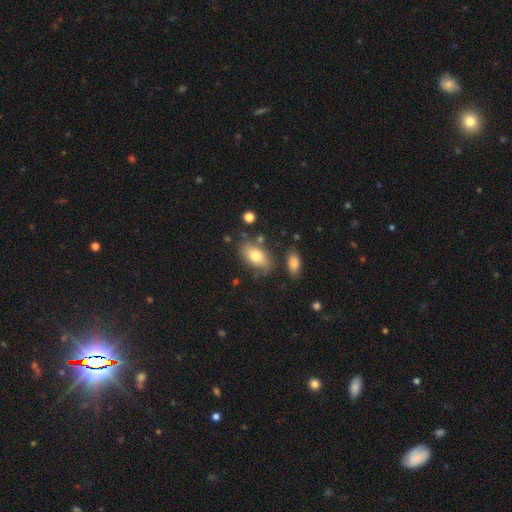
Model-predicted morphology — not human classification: Smooth or featured? smooth (74%)
How rounded? in between (90%)
Merging? none (69%)